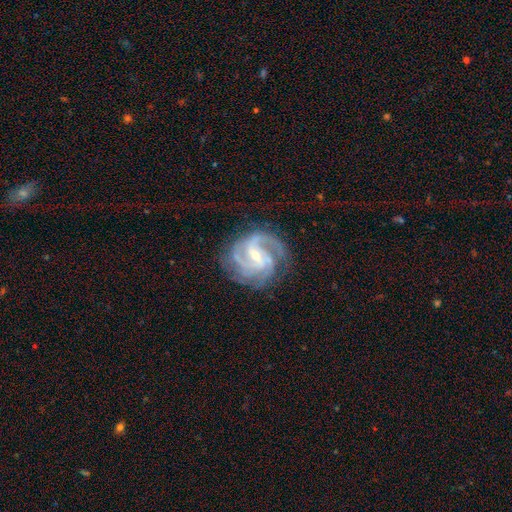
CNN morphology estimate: A featured or disk galaxy (92%) with a weak bar (50%), 3 (45%) medium (47%) spiral arms (98%) and a small central bulge (66%). Merging: none (75%).